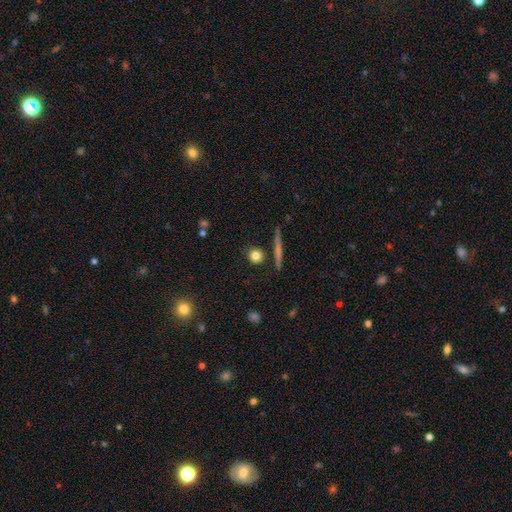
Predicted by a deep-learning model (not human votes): Overall: smooth (79%). How rounded: round (87%). Merging: none (85%).